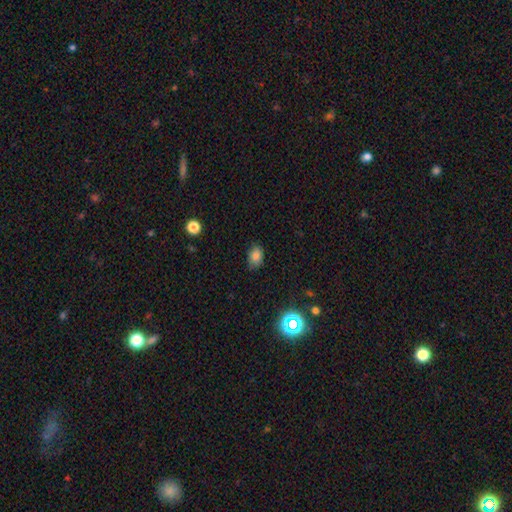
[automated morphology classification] A smooth galaxy with no disk features (81%) that is in between round and cigar-shaped (78%).

Vote fractions:
- Smooth or featured? smooth: 81% / star or artifact: 13% / featured or disk: 6%
- How rounded? in between: 78% / round: 21% / cigar-shaped: 1%
- Merging? none: 79% / minor disturbance: 17% / major disturbance: 3% / merger: 1%